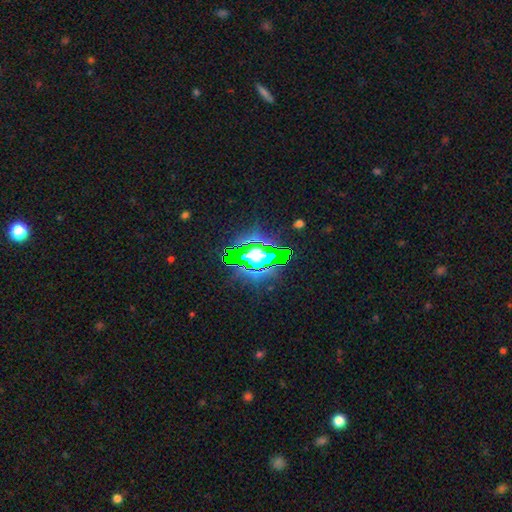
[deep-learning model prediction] Q: Smooth or featured?
A: star or artifact (65%); runner-up: smooth (21%)